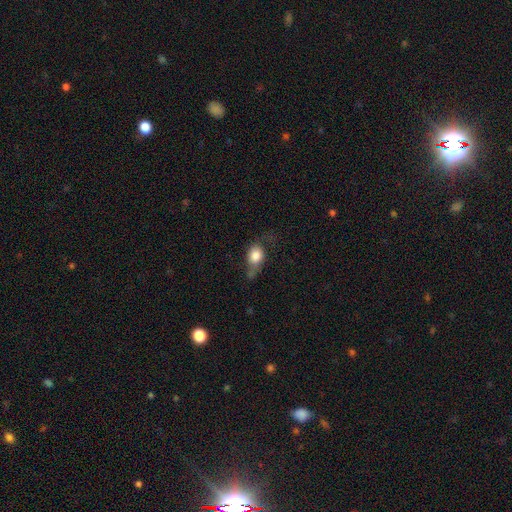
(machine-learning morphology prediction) smooth-or-featured: smooth: 74% | featured or disk: 18% | star or artifact: 8%
  how-rounded: in between: 54% | round: 42% | cigar-shaped: 4%
  merging: none: 35% | minor disturbance: 32% | major disturbance: 27% | merger: 6%